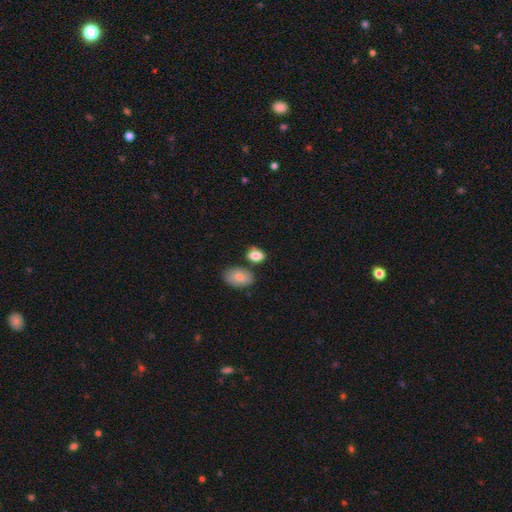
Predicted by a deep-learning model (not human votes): This is clearly a smooth galaxy (83%). How rounded: clearly in between (81%). Merging: likely none (63%).